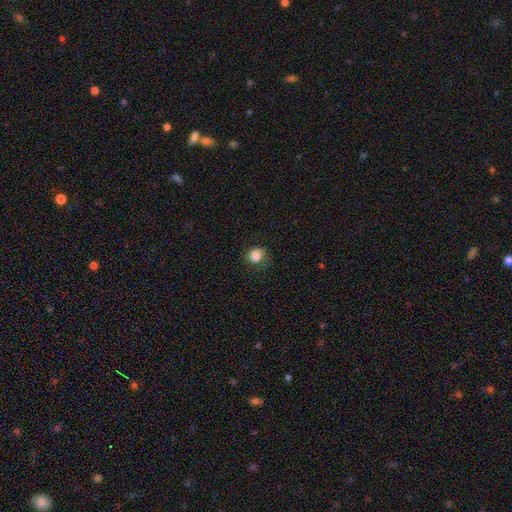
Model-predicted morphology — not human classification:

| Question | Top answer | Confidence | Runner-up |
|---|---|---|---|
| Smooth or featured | smooth | 82% | star or artifact (9%) |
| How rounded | round | 60% | in between (39%) |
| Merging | none | 61% | minor disturbance (24%) |